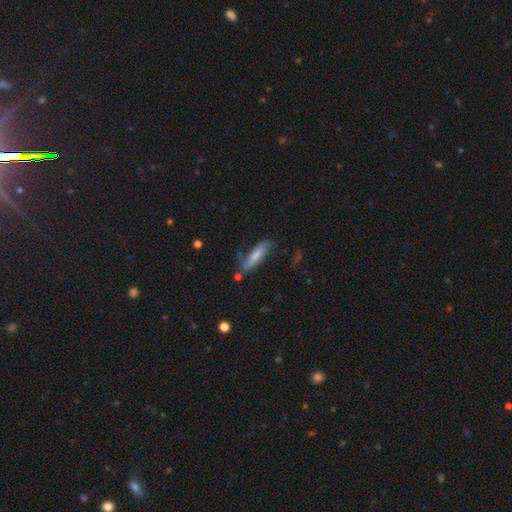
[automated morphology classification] type=smooth (65%); roundness=cigar-shaped (72%); merging=none (65%).